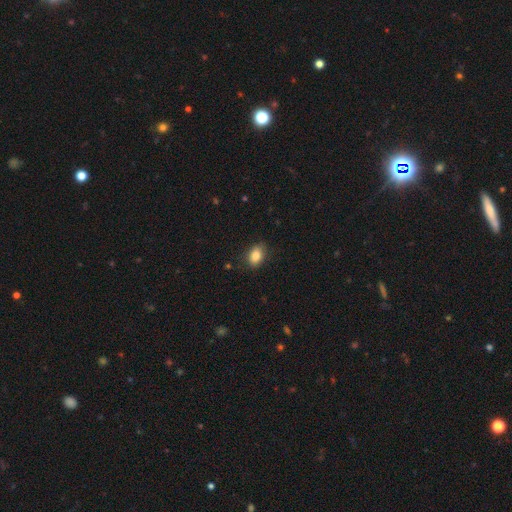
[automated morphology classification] Q: Smooth or featured?
A: smooth (85%); runner-up: star or artifact (8%)
Q: How rounded?
A: in between (82%); runner-up: round (17%)
Q: Merging?
A: none (84%); runner-up: minor disturbance (12%)